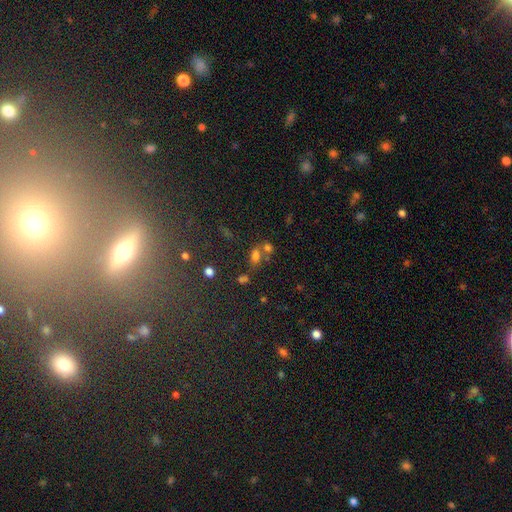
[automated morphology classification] This is likely a smooth galaxy (70%). How rounded: likely in between (77%). Merging: marginally none (44%).